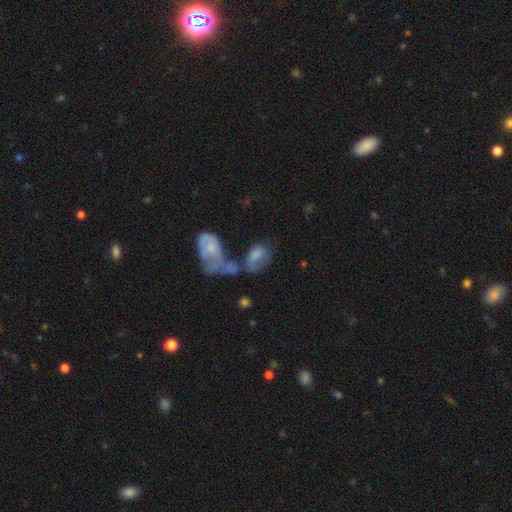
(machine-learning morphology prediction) This is likely a smooth galaxy (63%). How rounded: clearly in between (88%). Merging: possibly merger (50%).